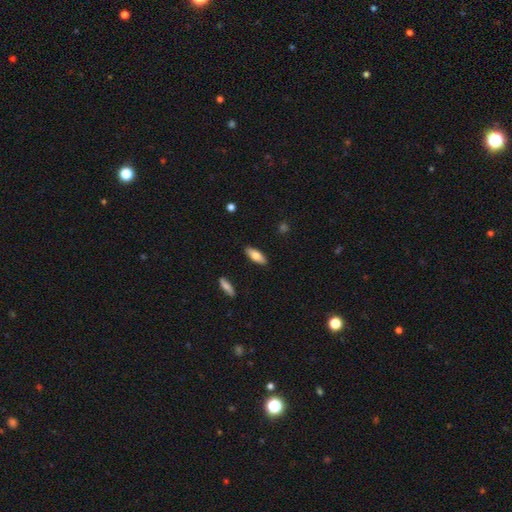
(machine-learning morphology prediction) A smooth galaxy with no disk features (74%) that is in between round and cigar-shaped (72%).

Vote fractions:
- Smooth or featured? smooth: 74% / featured or disk: 20% / star or artifact: 6%
- How rounded? in between: 72% / cigar-shaped: 26% / round: 2%
- Merging? none: 88% / minor disturbance: 9% / major disturbance: 2% / merger: 1%